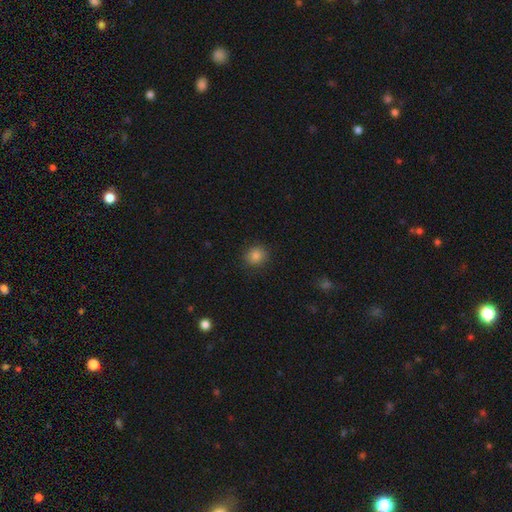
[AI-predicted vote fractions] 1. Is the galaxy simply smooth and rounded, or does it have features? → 85% smooth, 11% star or artifact, 4% featured or disk.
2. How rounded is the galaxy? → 78% round, 21% in between, 1% cigar-shaped.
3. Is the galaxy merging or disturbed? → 87% none, 9% minor disturbance, 3% major disturbance, 1% merger.